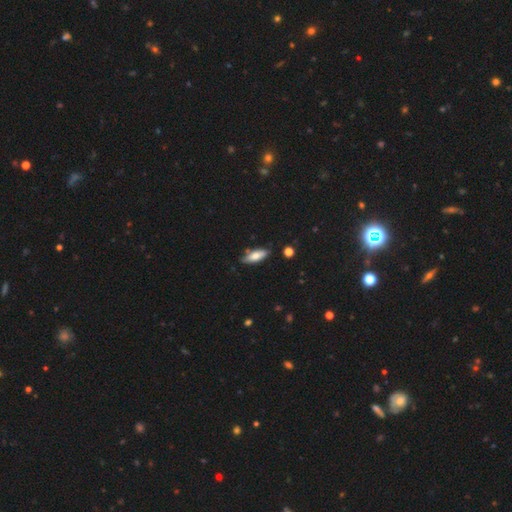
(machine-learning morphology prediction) smooth 72%, featured or disk 21%, star or artifact 6%. Down the decision tree: how rounded — in between (65%); merging — none (77%).